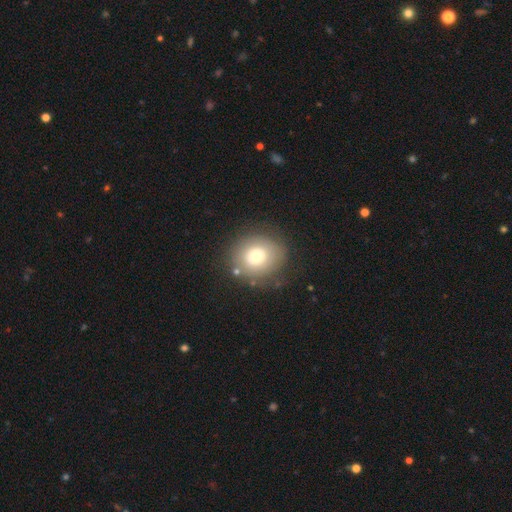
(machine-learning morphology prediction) Smooth or featured? smooth (70%)
How rounded? round (80%)
Merging? none (79%)